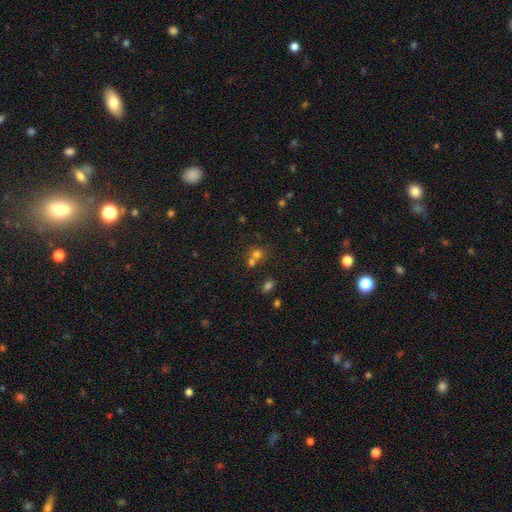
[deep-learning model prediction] smooth 66%, star or artifact 20%, featured or disk 13%. Down the decision tree: how rounded — round (75%); merging — merger (48%).